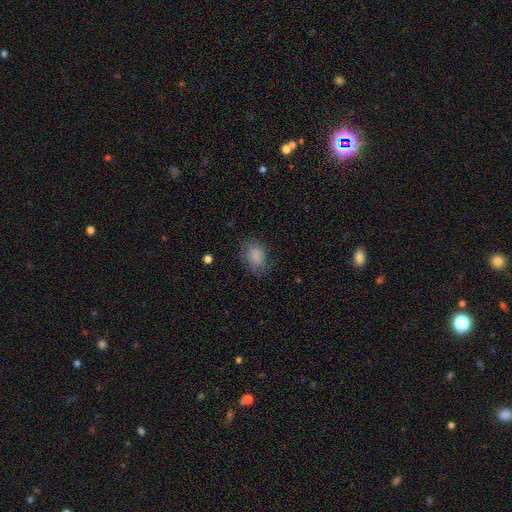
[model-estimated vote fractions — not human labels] Morphology: type=smooth (85%); roundness=in between (65%); merging=none (71%).